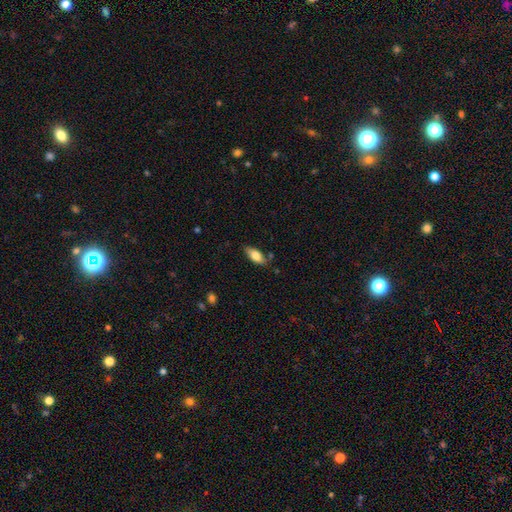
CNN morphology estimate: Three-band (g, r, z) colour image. It shows a smooth galaxy with no disk features (80%) that is in between round and cigar-shaped (83%). Merging: none (78%).